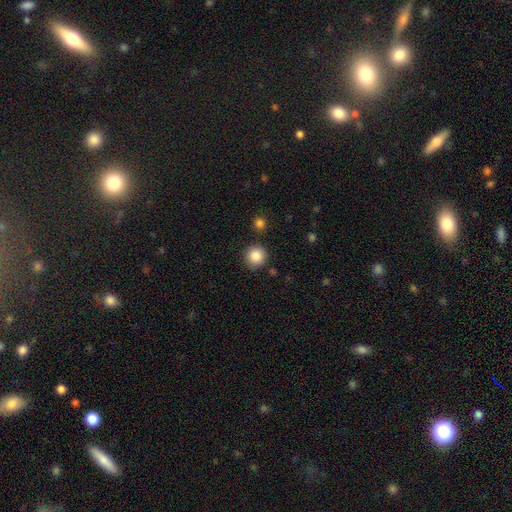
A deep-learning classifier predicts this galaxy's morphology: A smooth galaxy with no disk features (86%) that is round (94%). Merging: none (88%).